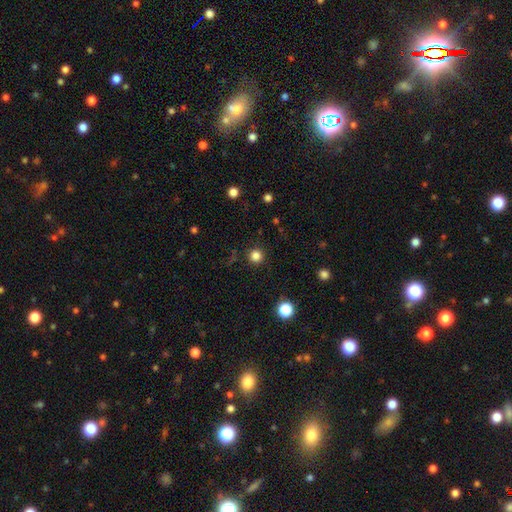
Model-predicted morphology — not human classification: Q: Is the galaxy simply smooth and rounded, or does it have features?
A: smooth — 82%.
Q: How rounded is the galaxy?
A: round — 96%.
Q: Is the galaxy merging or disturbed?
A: none — 91%.